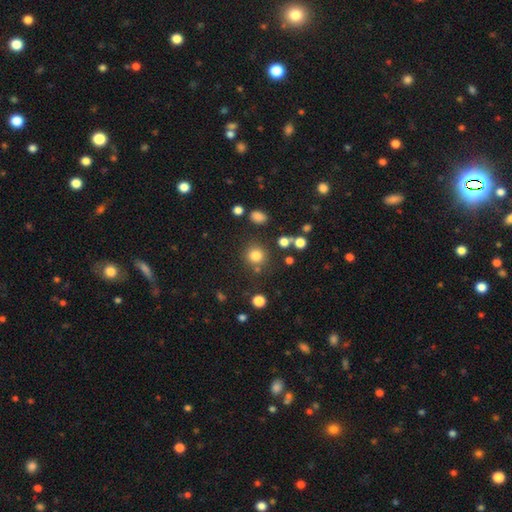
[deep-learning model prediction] Q: Smooth or featured?
A: smooth (80%); runner-up: star or artifact (14%)
Q: How rounded?
A: round (91%); runner-up: in between (8%)
Q: Merging?
A: none (79%); runner-up: minor disturbance (9%)